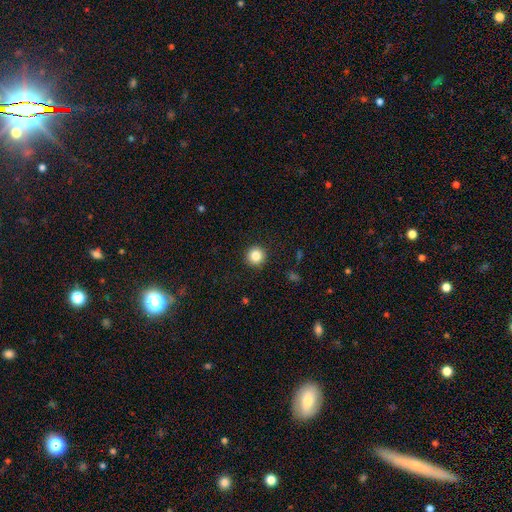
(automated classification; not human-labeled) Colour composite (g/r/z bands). It shows a smooth galaxy with no disk features (85%) that is round (95%). Merging: none (92%).